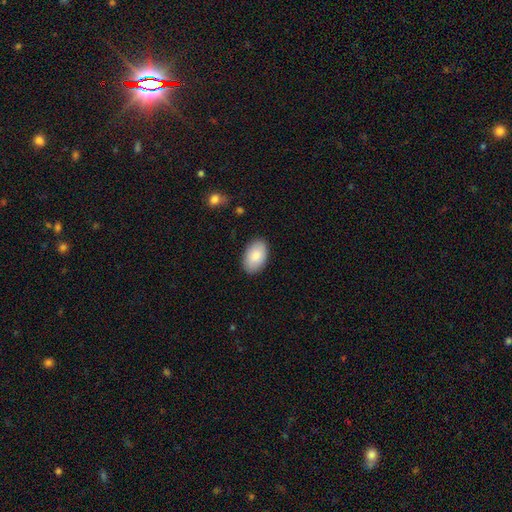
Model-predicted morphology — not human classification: The model was most divided on "smooth or featured": smooth: 86%, featured or disk: 9%, star or artifact: 6%. More confident: how rounded — in between (93%); merging — none (88%).